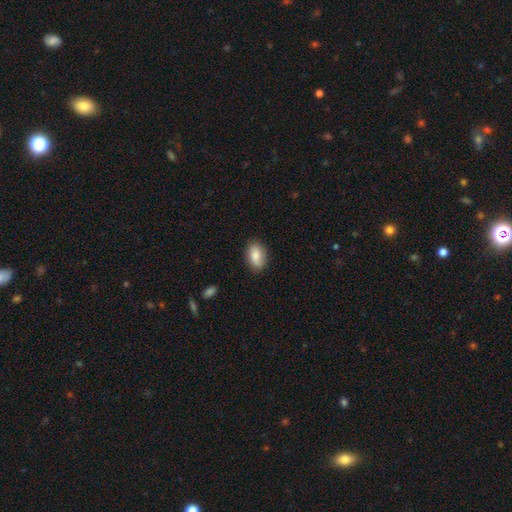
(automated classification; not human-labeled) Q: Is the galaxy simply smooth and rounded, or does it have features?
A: smooth — 85%.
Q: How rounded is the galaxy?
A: in between — 90%.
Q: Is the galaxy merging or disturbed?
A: none — 84%.